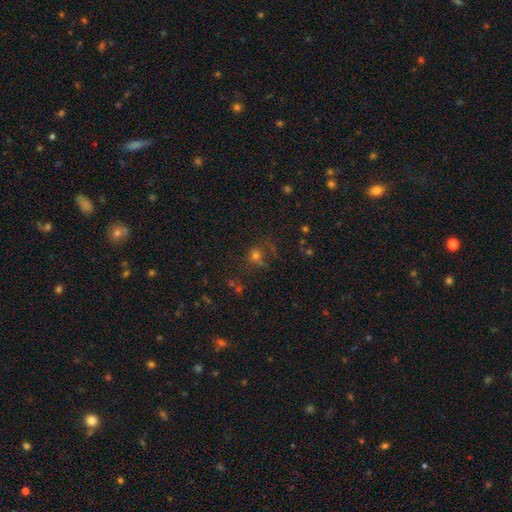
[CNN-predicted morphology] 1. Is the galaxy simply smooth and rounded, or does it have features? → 59% smooth, 30% star or artifact, 11% featured or disk.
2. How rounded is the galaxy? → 82% round, 16% in between, 1% cigar-shaped.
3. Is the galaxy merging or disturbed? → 57% none, 17% merger, 14% minor disturbance, 11% major disturbance.